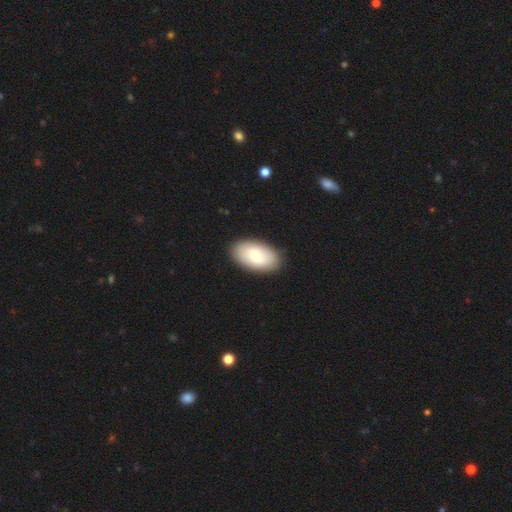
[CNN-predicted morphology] The model was most divided on "smooth or featured": smooth: 74%, featured or disk: 21%, star or artifact: 6%. More confident: how rounded — in between (94%); merging — none (90%).